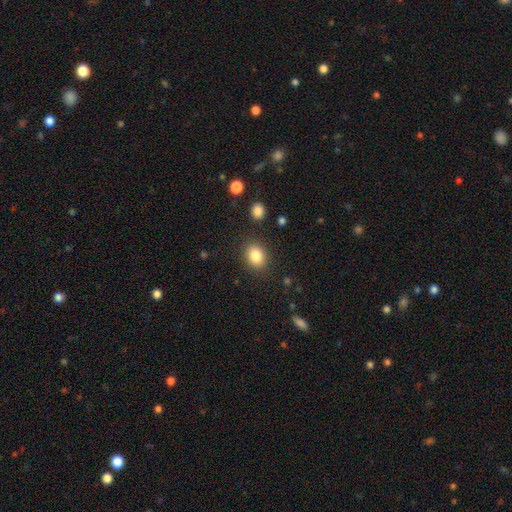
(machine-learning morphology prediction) Overall: smooth (86%). How rounded: in between (59%; round 40%). Merging: none (86%).